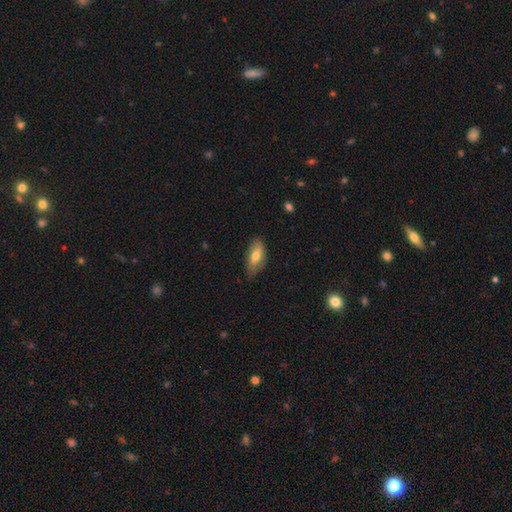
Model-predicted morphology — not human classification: A smooth galaxy with no disk features (71%) that is in between round and cigar-shaped (84%).

Vote fractions:
- Smooth or featured? smooth: 71% / featured or disk: 22% / star or artifact: 7%
- How rounded? in between: 84% / cigar-shaped: 13% / round: 3%
- Merging? none: 72% / minor disturbance: 23% / major disturbance: 4% / merger: 1%